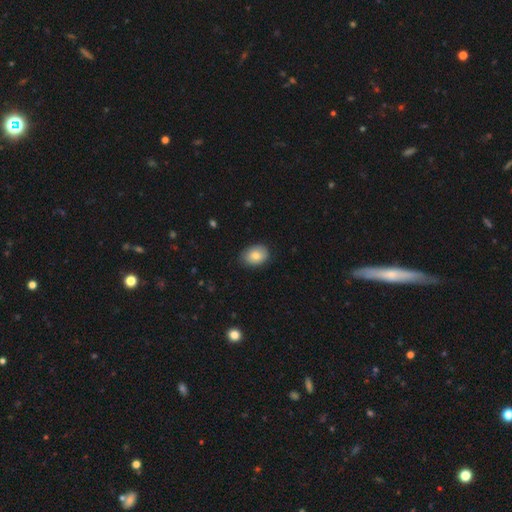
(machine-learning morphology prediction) Q: Smooth or featured?
A: smooth (81%); runner-up: featured or disk (12%)
Q: How rounded?
A: in between (75%); runner-up: round (24%)
Q: Merging?
A: none (83%); runner-up: minor disturbance (14%)